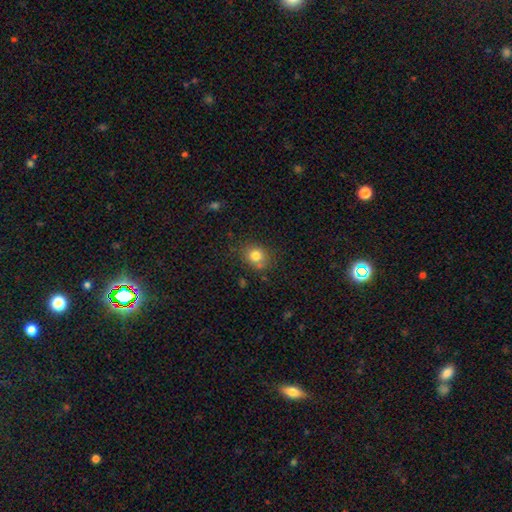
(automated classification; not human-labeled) smooth 80%, star or artifact 12%, featured or disk 8%. Down the decision tree: how rounded — round (71%); merging — none (76%).